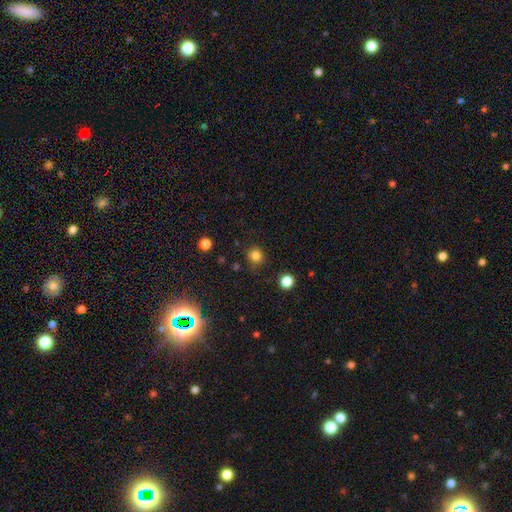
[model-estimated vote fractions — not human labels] Morphology: type=smooth (80%); roundness=round (90%); merging=none (83%).